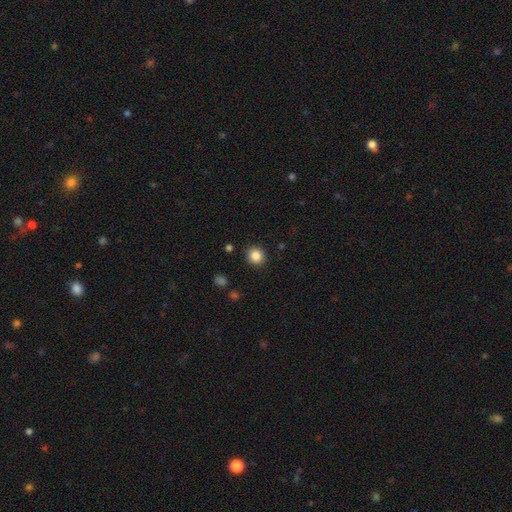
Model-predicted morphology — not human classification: Smooth or featured? Predicted: smooth (p=0.86). How rounded? Predicted: round (p=0.86). Merging? Predicted: none (p=0.90).